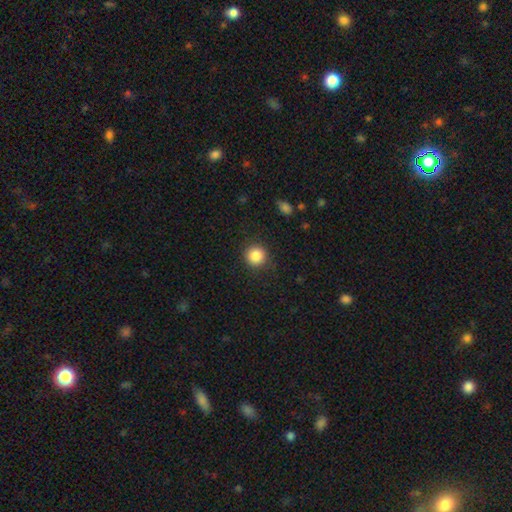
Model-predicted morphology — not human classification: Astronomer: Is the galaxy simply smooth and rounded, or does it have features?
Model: smooth — 86%.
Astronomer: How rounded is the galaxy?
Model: round — 94%.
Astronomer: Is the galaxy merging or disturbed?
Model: none — 90%.